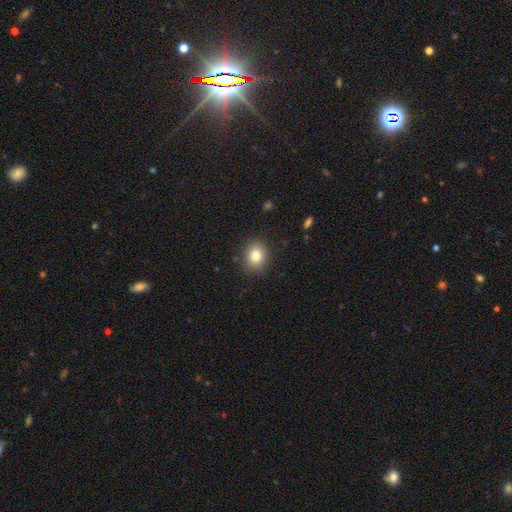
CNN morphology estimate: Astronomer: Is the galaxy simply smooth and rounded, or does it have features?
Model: smooth — 82%.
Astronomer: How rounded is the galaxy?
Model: round — 60% (runner-up: in between, 39%).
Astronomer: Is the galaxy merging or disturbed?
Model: none — 87%.